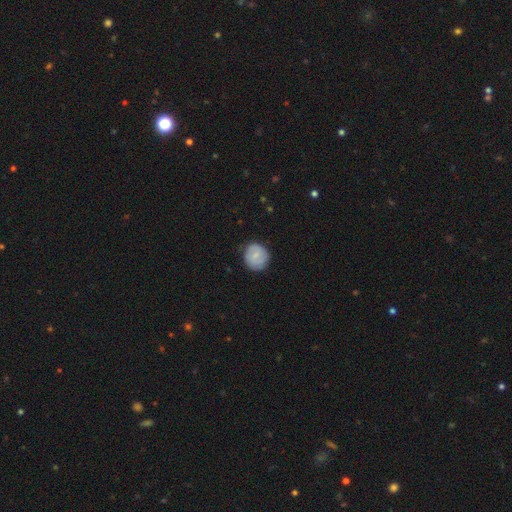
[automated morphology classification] type=smooth (62%); roundness=round (85%); merging=none (81%).